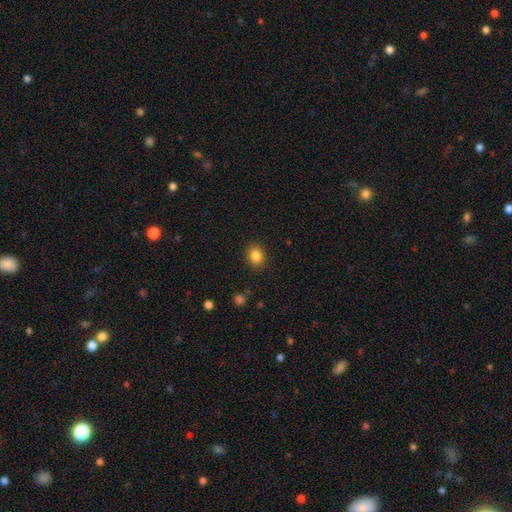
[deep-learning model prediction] Smooth or featured?
  - smooth: 84% *
  - star or artifact: 11%
  - featured or disk: 5%
How rounded?
  - round: 62% *
  - in between: 38%
  - cigar-shaped: 1%
Merging?
  - none: 89% *
  - minor disturbance: 8%
  - major disturbance: 2%
  - merger: 1%